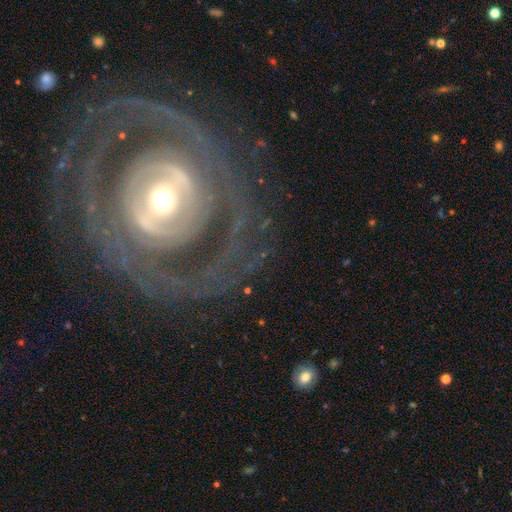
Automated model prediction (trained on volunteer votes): Smooth or featured? featured or disk (81%)
Edge-on disk? no (95%)
Bar? no (40%)
Spiral arms? yes (74%)
Spiral winding? tight (66%)
Spiral arm count? can't tell (36%)
Bulge size? moderate (55%)
Merging? none (75%)